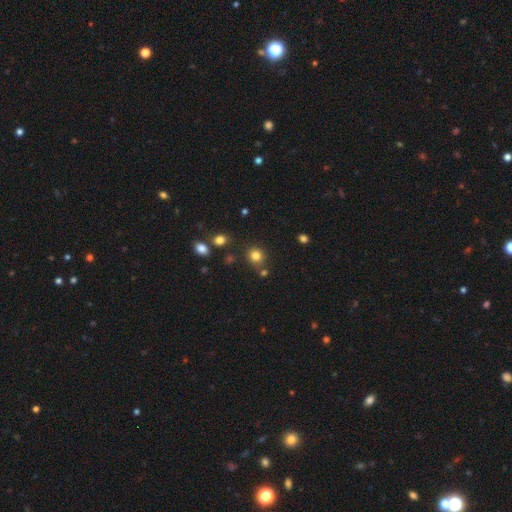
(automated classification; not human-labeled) This appears to be a smooth galaxy with no disk features (81%) that is round (87%). Merging: none (78%).